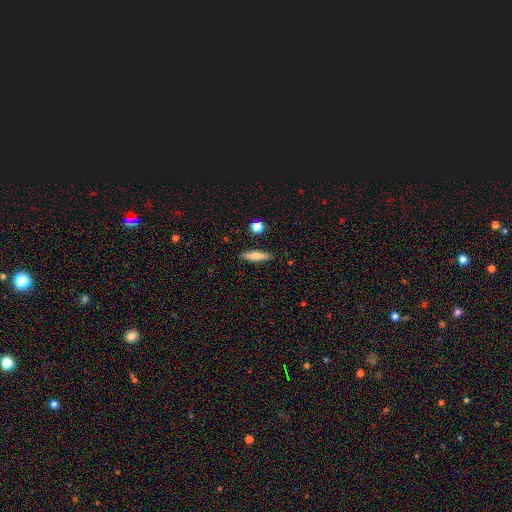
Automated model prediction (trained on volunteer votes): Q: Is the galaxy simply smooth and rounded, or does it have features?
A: smooth — 67%.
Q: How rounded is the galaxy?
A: cigar-shaped — 71%.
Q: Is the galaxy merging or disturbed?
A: none — 88%.